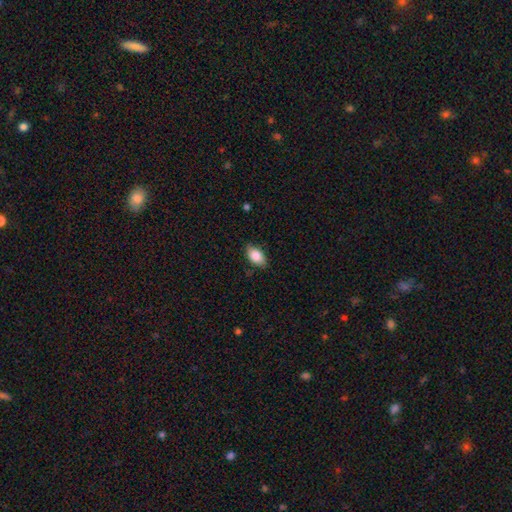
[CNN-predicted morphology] Smooth or featured?
  - smooth: 85% *
  - featured or disk: 8%
  - star or artifact: 7%
How rounded?
  - in between: 91% *
  - round: 6%
  - cigar-shaped: 3%
Merging?
  - none: 82% *
  - minor disturbance: 14%
  - major disturbance: 3%
  - merger: 1%